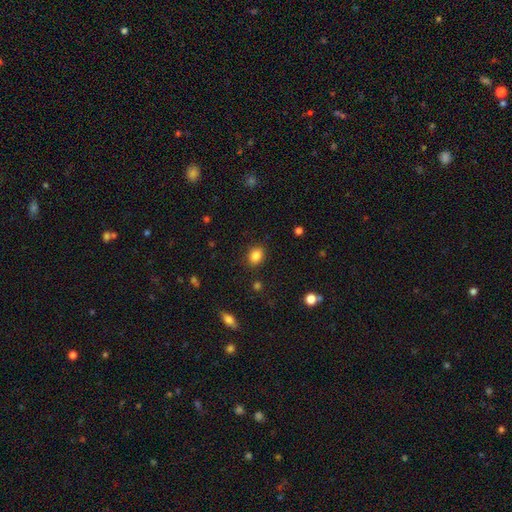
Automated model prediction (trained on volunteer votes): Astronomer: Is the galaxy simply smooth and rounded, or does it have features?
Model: smooth — 86%.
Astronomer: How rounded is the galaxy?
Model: in between — 57% (runner-up: round, 42%).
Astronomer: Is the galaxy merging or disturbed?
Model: none — 87%.